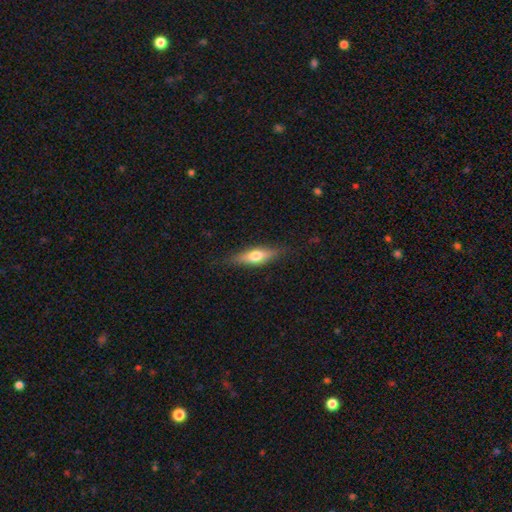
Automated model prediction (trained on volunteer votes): A smooth galaxy with no disk features (54%) that is cigar-shaped (53%).

Vote fractions:
- Smooth or featured? smooth: 54% / featured or disk: 40% / star or artifact: 6%
- How rounded? cigar-shaped: 53% / in between: 44% / round: 3%
- Merging? none: 83% / minor disturbance: 13% / major disturbance: 3% / merger: 1%